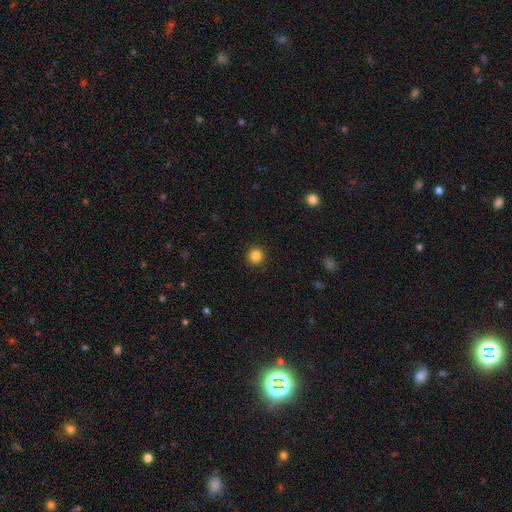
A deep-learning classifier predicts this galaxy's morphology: smooth_or_featured: smooth (p=0.85) [alt: star or artifact p=0.12]
how_rounded: round (p=0.95) [alt: in between p=0.04]
merging: none (p=0.92) [alt: minor disturbance p=0.05]